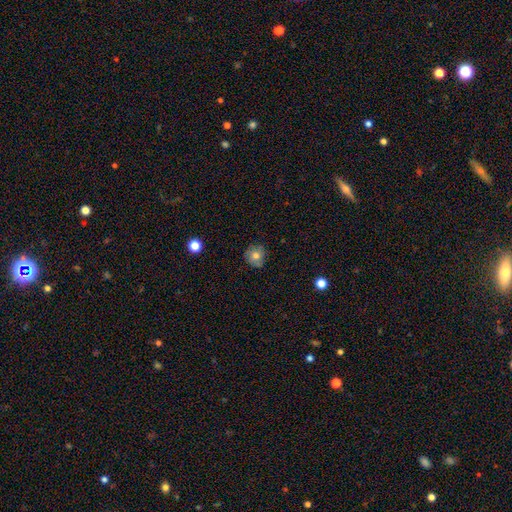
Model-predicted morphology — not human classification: Q: Smooth or featured?
A: smooth (71%); runner-up: featured or disk (18%)
Q: How rounded?
A: round (88%); runner-up: in between (11%)
Q: Merging?
A: none (75%); runner-up: minor disturbance (18%)